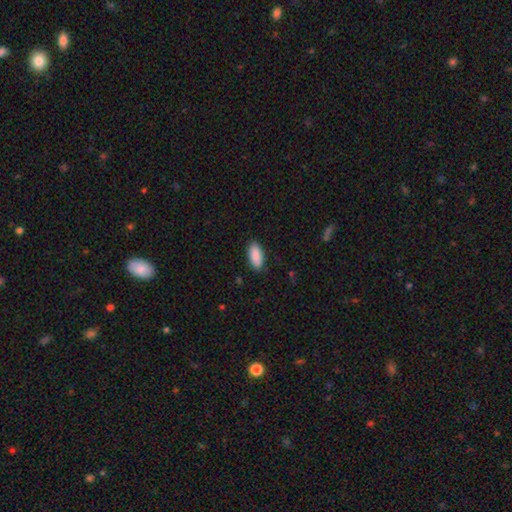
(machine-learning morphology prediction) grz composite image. It shows a smooth galaxy with no disk features (90%) that is in between round and cigar-shaped (89%). Merging: none (87%).